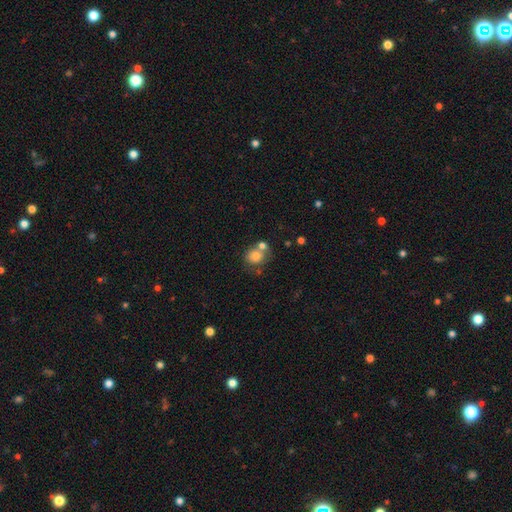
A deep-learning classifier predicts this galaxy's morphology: Q: Smooth or featured?
A: smooth (77%); runner-up: featured or disk (13%)
Q: How rounded?
A: round (77%); runner-up: in between (22%)
Q: Merging?
A: none (49%); runner-up: merger (34%)